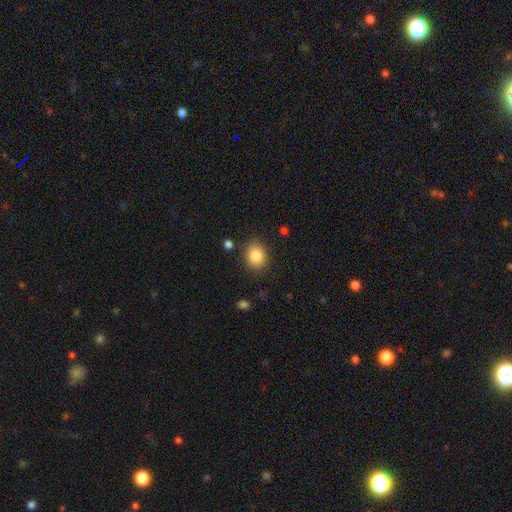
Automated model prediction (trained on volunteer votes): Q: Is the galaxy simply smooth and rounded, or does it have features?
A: smooth — 86%.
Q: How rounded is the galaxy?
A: round — 65%.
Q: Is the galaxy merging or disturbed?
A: none — 84%.